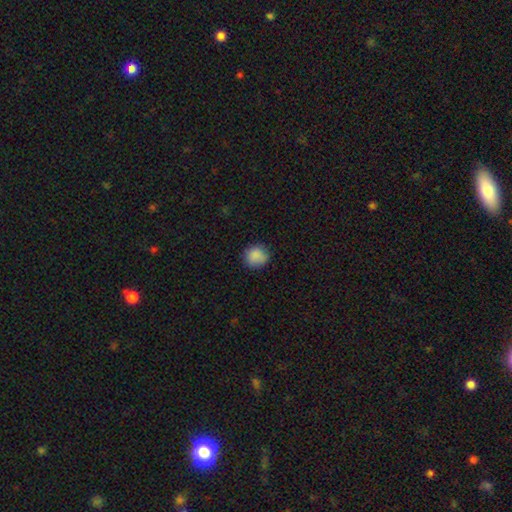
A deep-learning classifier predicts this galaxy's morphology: Smooth or featured? smooth (88%)
How rounded? round (86%)
Merging? none (83%)